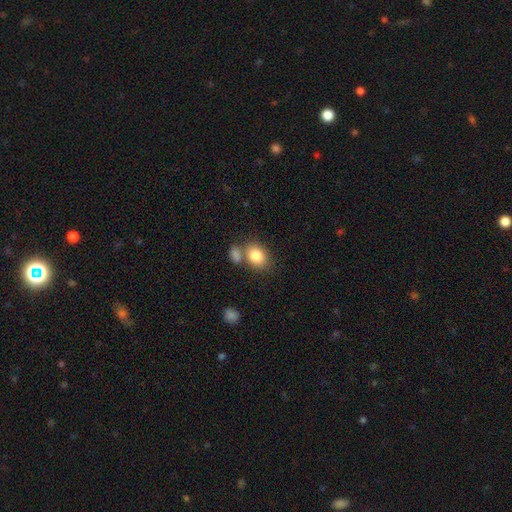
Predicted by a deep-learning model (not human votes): smooth_or_featured: smooth (p=0.83) [alt: star or artifact p=0.08]
how_rounded: in between (p=0.59) [alt: round p=0.40]
merging: none (p=0.55) [alt: merger p=0.28]